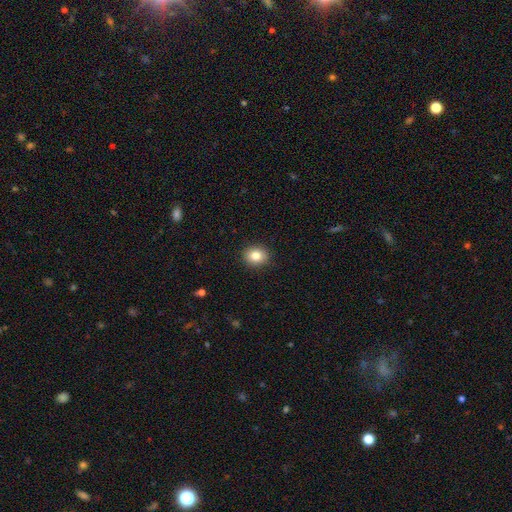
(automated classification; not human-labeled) Smooth or featured? Predicted: smooth (p=0.83). How rounded? Predicted: round (p=0.66). Merging? Predicted: none (p=0.91).